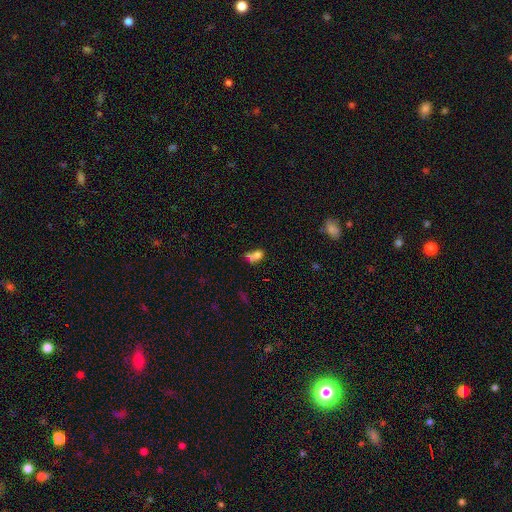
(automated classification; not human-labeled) Smooth or featured?
  - smooth: 65% *
  - featured or disk: 19%
  - star or artifact: 16%
How rounded?
  - in between: 64% *
  - round: 31%
  - cigar-shaped: 5%
Merging?
  - merger: 43% *
  - none: 30%
  - minor disturbance: 15%
  - major disturbance: 12%